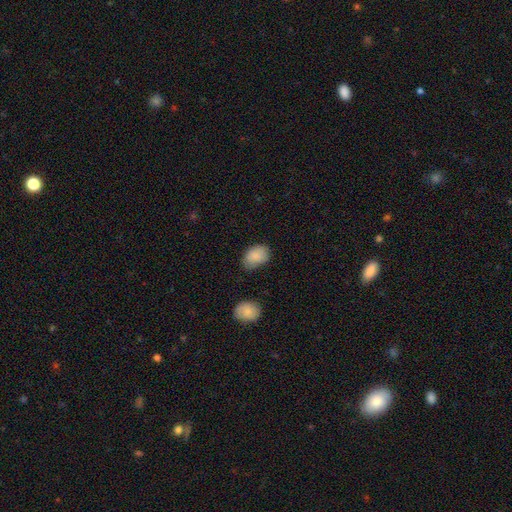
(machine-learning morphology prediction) Smooth or featured? Predicted: smooth (p=0.87). How rounded? Predicted: in between (p=0.84). Merging? Predicted: none (p=0.67).